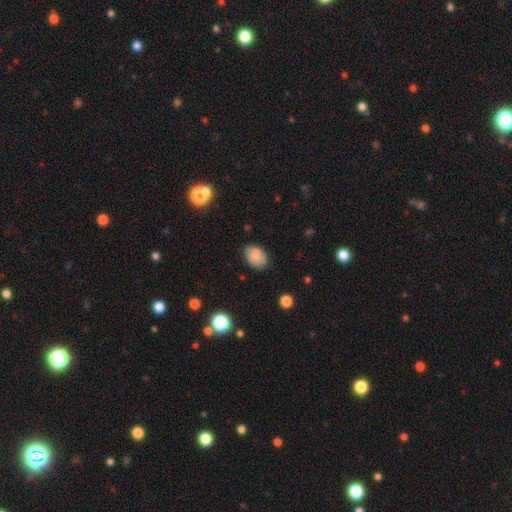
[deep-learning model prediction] A smooth galaxy with no disk features (81%) that is in between round and cigar-shaped (84%).

Vote fractions:
- Smooth or featured? smooth: 81% / featured or disk: 9% / star or artifact: 9%
- How rounded? in between: 84% / round: 15% / cigar-shaped: 1%
- Merging? none: 71% / minor disturbance: 21% / major disturbance: 4% / merger: 3%